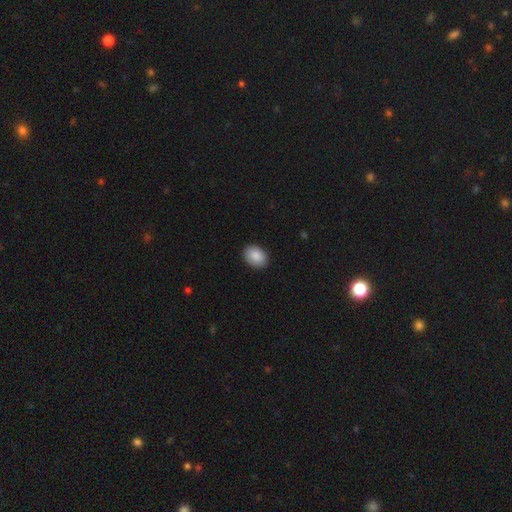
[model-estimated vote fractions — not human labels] Smooth or featured: smooth — 89% (star or artifact — 7%)
How rounded: in between — 73% (round — 26%)
Merging: none — 88% (minor disturbance — 9%)